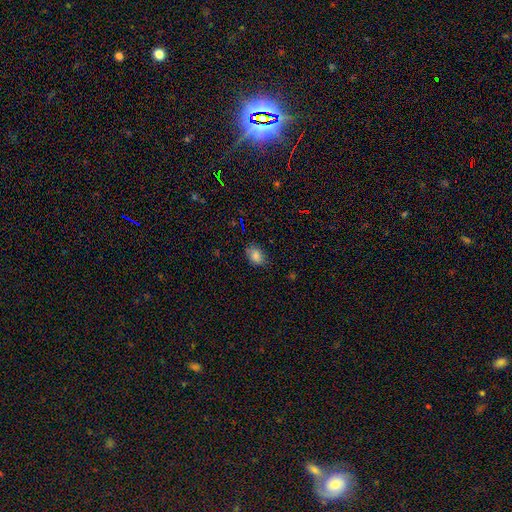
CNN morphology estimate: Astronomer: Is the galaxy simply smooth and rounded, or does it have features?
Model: smooth — 81%.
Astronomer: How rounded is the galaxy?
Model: in between — 78%.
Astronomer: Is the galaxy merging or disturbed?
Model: none — 77%.